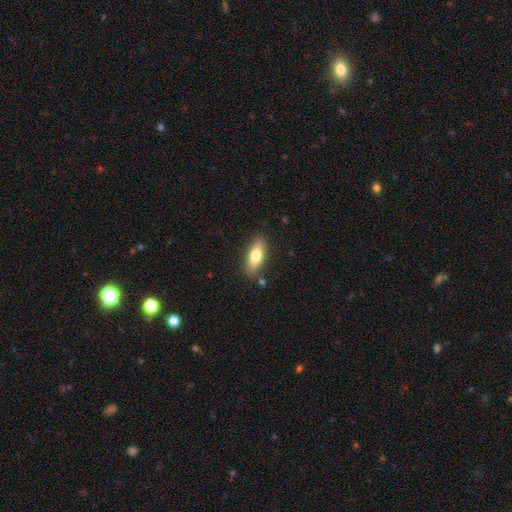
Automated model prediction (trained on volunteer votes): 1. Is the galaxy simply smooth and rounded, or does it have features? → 74% smooth, 19% featured or disk, 7% star or artifact.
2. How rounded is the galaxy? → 70% in between, 27% cigar-shaped, 3% round.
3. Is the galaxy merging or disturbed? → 83% none, 12% minor disturbance, 3% major disturbance, 3% merger.